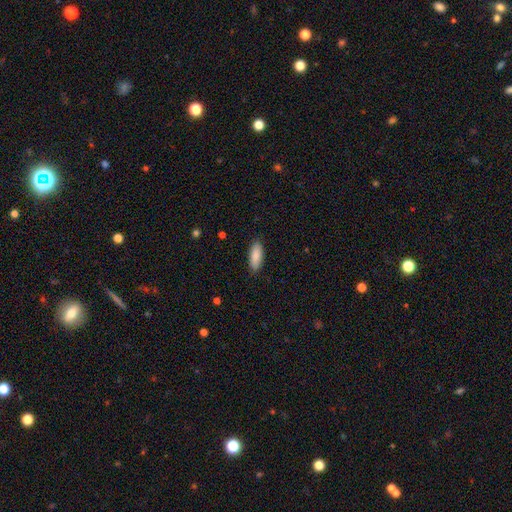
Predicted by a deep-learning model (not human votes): smooth 87%, featured or disk 7%, star or artifact 6%. Down the decision tree: how rounded — in between (75%); merging — none (88%).